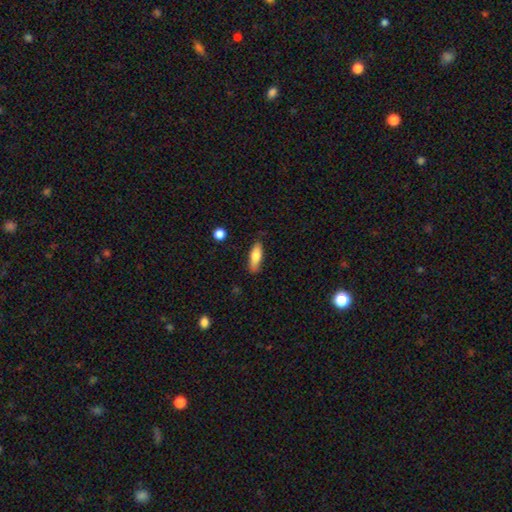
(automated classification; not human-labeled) A smooth galaxy with no disk features (77%) that is in between round and cigar-shaped (54%).

Vote fractions:
- Smooth or featured? smooth: 77% / featured or disk: 17% / star or artifact: 6%
- How rounded? in between: 54% / cigar-shaped: 43% / round: 2%
- Merging? none: 80% / minor disturbance: 15% / major disturbance: 3% / merger: 2%